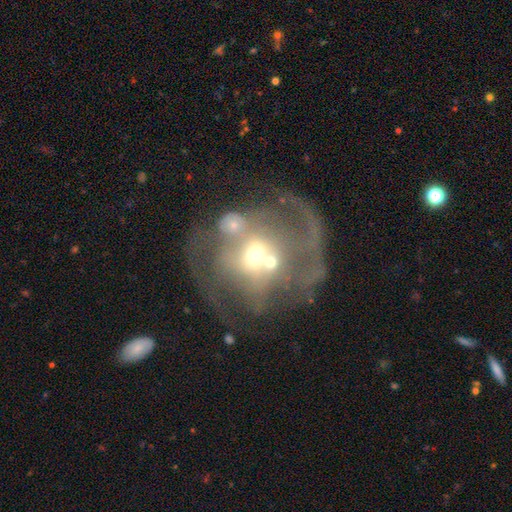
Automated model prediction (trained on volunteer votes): Smooth or featured?
  - featured or disk: 61% *
  - smooth: 26%
  - star or artifact: 13%
Edge-on disk?
  - no: 96% *
  - yes: 4%
Bar?
  - no: 75% *
  - weak: 18%
  - strong: 7%
Spiral arms?
  - no: 57% *
  - yes: 43%
Bulge size?
  - moderate: 53% *
  - small: 34%
  - large: 7%
  - none: 3%
  - dominant: 2%
Merging?
  - merger: 37% *
  - major disturbance: 35%
  - none: 18%
  - minor disturbance: 10%